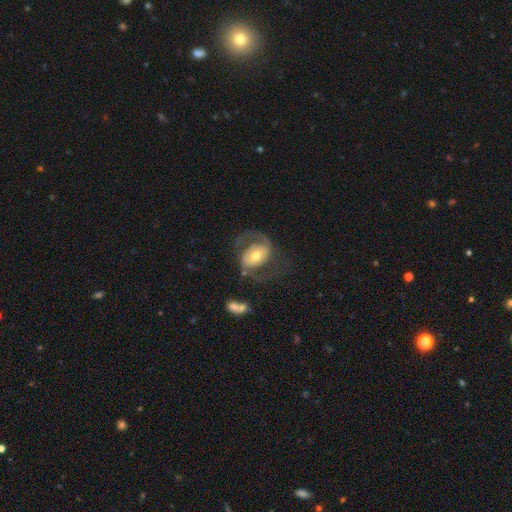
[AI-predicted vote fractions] smooth_or_featured: featured or disk (p=0.80) [alt: smooth p=0.14]
disk_edge_on: no (p=0.97) [alt: yes p=0.03]
bar: no (p=0.39) [alt: weak p=0.38]
has_spiral_arms: yes (p=0.90) [alt: no p=0.10]
spiral_winding: medium (p=0.53) [alt: loose p=0.29]
spiral_arm_count: 2 (p=0.88) [alt: can't tell p=0.05]
bulge_size: moderate (p=0.66) [alt: small p=0.19]
merging: none (p=0.61) [alt: major disturbance p=0.19]